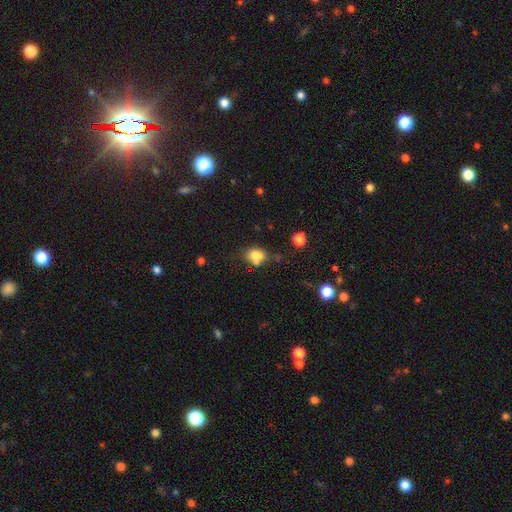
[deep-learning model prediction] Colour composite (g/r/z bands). It shows a smooth galaxy with no disk features (70%) that is in between round and cigar-shaped (63%). Merging: none (45%).